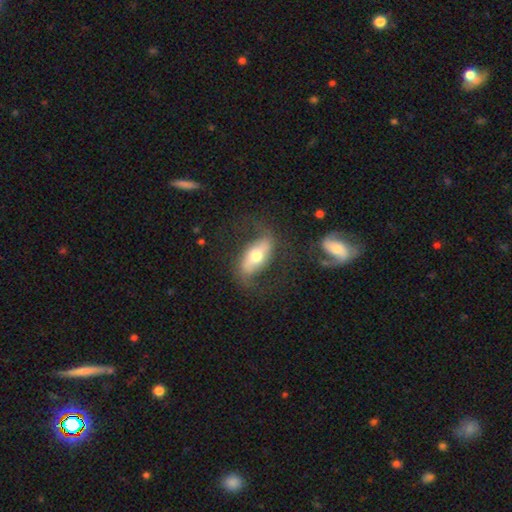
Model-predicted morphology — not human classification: smooth-or-featured: featured or disk: 60% | smooth: 33% | star or artifact: 6%
  disk-edge-on: no: 80% | yes: 20%
  merging: none: 69% | minor disturbance: 15% | major disturbance: 14% | merger: 2%